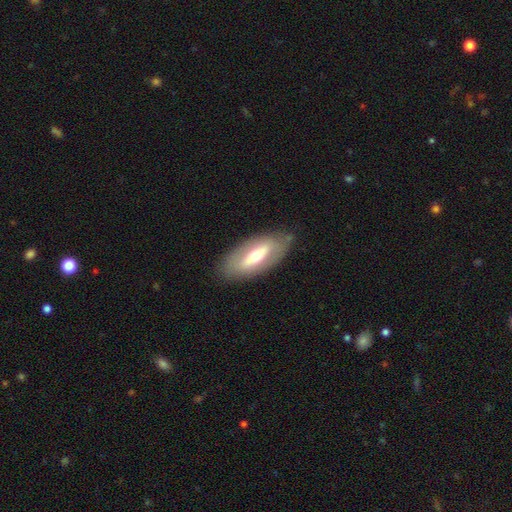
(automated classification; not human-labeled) Smooth or featured?
  - featured or disk: 54% *
  - smooth: 40%
  - star or artifact: 6%
Edge-on disk?
  - no: 70% *
  - yes: 30%
Merging?
  - none: 81% *
  - minor disturbance: 13%
  - major disturbance: 4%
  - merger: 1%